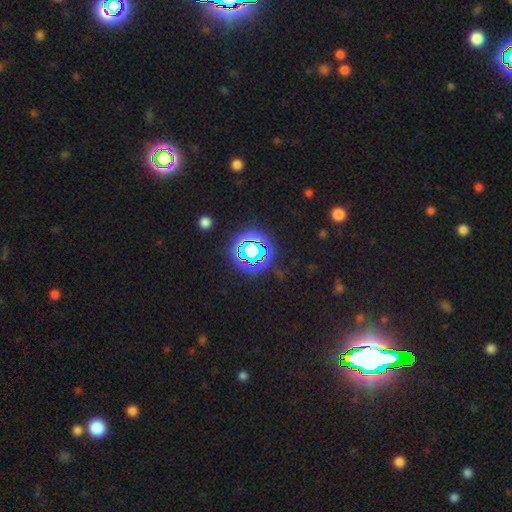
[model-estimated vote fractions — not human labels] This appears to be a star or artifact, not a galaxy (82%).